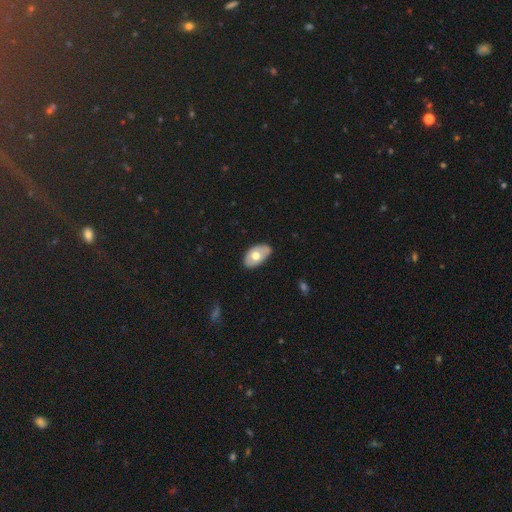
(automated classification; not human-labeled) A smooth galaxy with no disk features (59%) that is in between round and cigar-shaped (92%). Merging: none (79%).